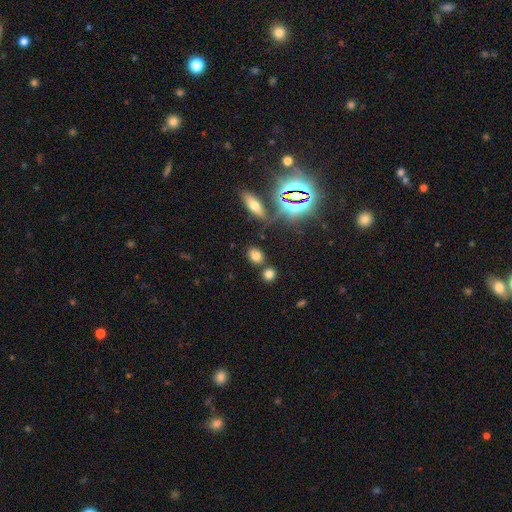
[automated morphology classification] A smooth galaxy with no disk features (75%) that is in between round and cigar-shaped (56%). Merging: none (73%).